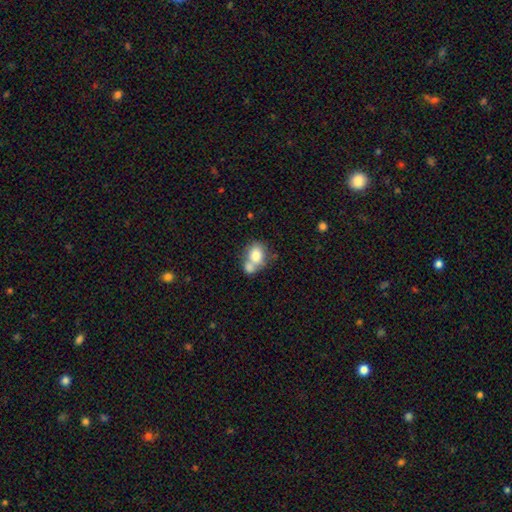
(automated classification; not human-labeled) This appears to be a smooth galaxy with no disk features (75%) that is round (51%). Merging: merger (54%).